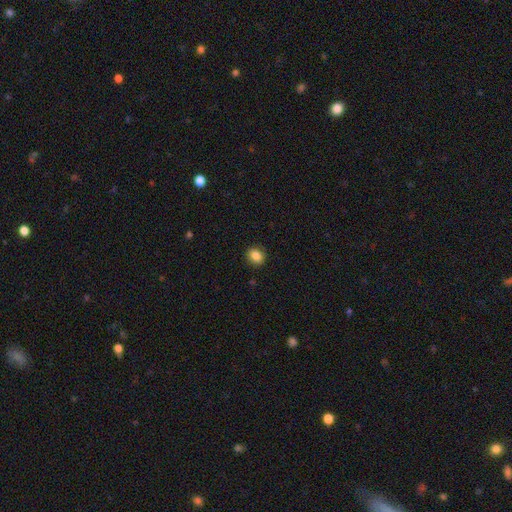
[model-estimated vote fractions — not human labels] A smooth galaxy with no disk features (86%) that is round (59%). Merging: none (89%).